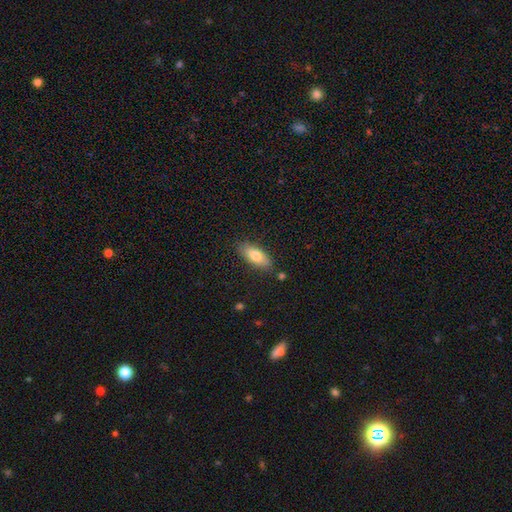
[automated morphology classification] This appears to be a smooth galaxy with no disk features (76%) that is in between round and cigar-shaped (78%). Merging: none (83%).